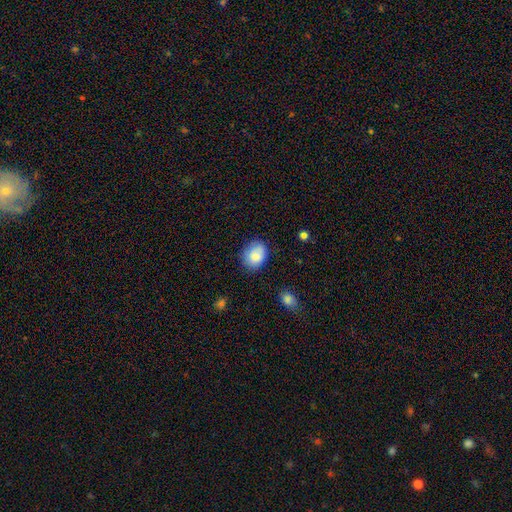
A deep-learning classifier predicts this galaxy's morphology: Q: Smooth or featured?
A: smooth (84%); runner-up: featured or disk (8%)
Q: How rounded?
A: in between (58%); runner-up: round (41%)
Q: Merging?
A: none (75%); runner-up: minor disturbance (19%)